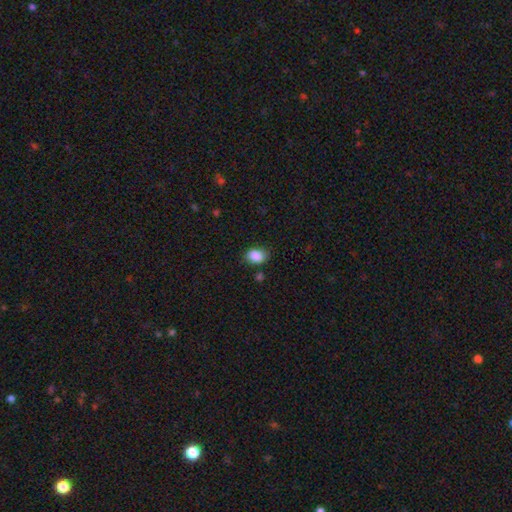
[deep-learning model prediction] Smooth or featured?
  - smooth: 87% *
  - star or artifact: 8%
  - featured or disk: 5%
How rounded?
  - in between: 73% *
  - round: 26%
  - cigar-shaped: 1%
Merging?
  - none: 81% *
  - minor disturbance: 14%
  - major disturbance: 3%
  - merger: 3%